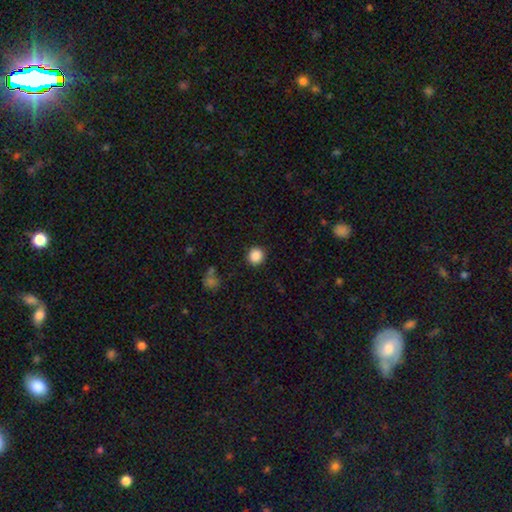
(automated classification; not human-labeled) Smooth or featured? smooth (87%)
How rounded? round (93%)
Merging? none (90%)